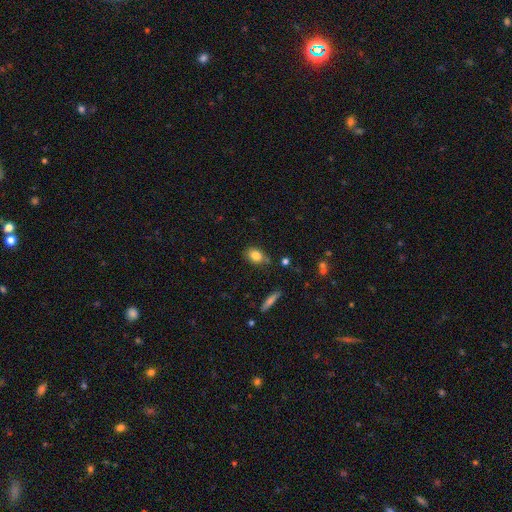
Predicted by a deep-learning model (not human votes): Smooth or featured: smooth — 81% (featured or disk — 10%)
How rounded: in between — 64% (round — 33%)
Merging: none — 73% (minor disturbance — 19%)